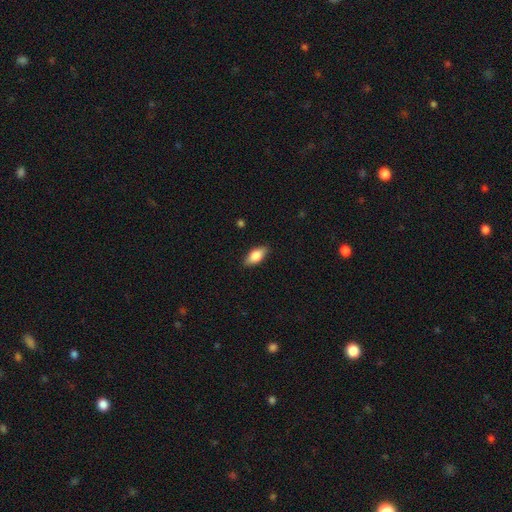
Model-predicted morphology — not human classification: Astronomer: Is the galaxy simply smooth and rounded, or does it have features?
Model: smooth — 77%.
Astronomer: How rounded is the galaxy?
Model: in between — 87%.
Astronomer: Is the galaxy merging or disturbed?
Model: none — 87%.